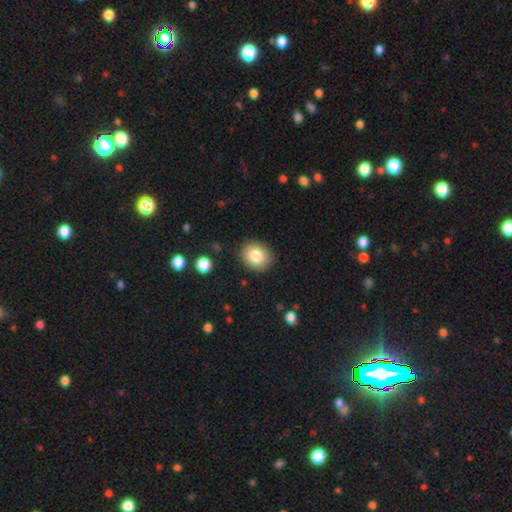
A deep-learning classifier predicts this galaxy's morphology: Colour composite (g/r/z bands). It shows a smooth galaxy with no disk features (82%) that is round (67%). Merging: none (88%).